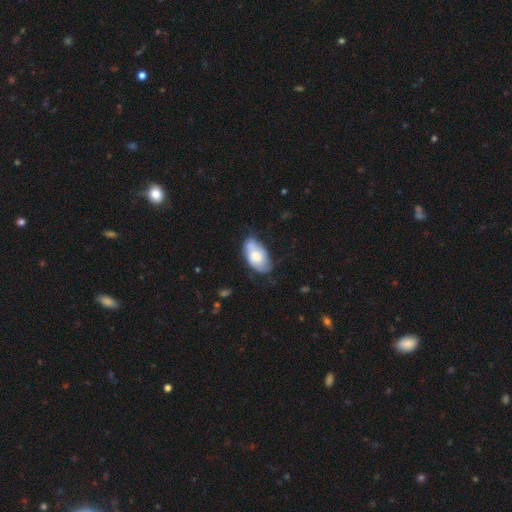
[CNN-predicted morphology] A smooth galaxy with no disk features (56%) that is in between round and cigar-shaped (93%).

Vote fractions:
- Smooth or featured? smooth: 56% / featured or disk: 37% / star or artifact: 7%
- How rounded? in between: 93% / round: 5% / cigar-shaped: 2%
- Merging? none: 43% / minor disturbance: 32% / merger: 14% / major disturbance: 11%